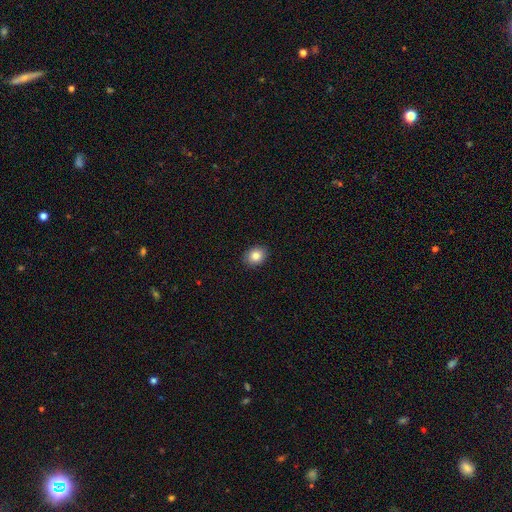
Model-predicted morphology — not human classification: This appears to be a smooth galaxy with no disk features (84%) that is round (50%). Merging: none (90%).